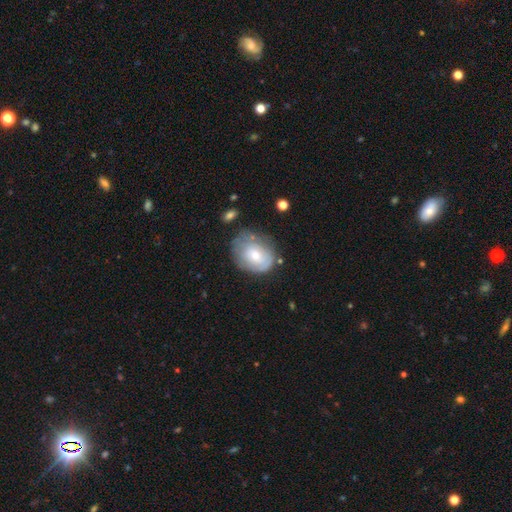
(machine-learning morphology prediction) This appears to be a smooth galaxy with no disk features (53%) that is in between round and cigar-shaped (55%). Merging: none (55%).